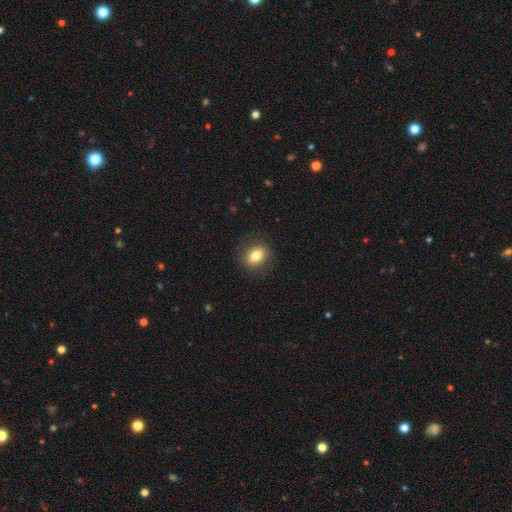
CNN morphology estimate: The model was most divided on "how rounded": in between: 59%, round: 40%, cigar-shaped: 1%. More confident: merging — none (87%); smooth or featured — smooth (79%).